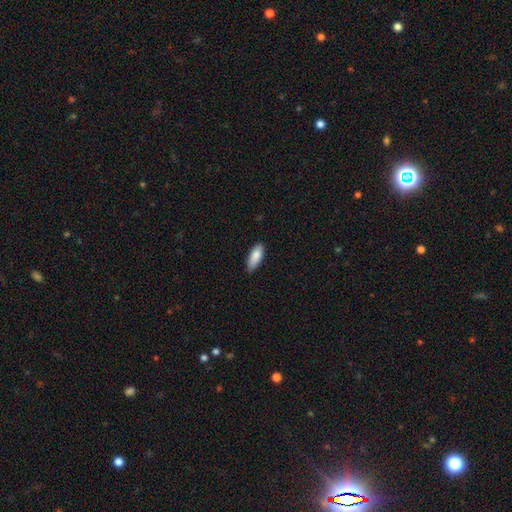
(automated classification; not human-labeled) Smooth or featured: smooth — 86% (featured or disk — 8%)
How rounded: in between — 77% (cigar-shaped — 21%)
Merging: none — 81% (minor disturbance — 15%)